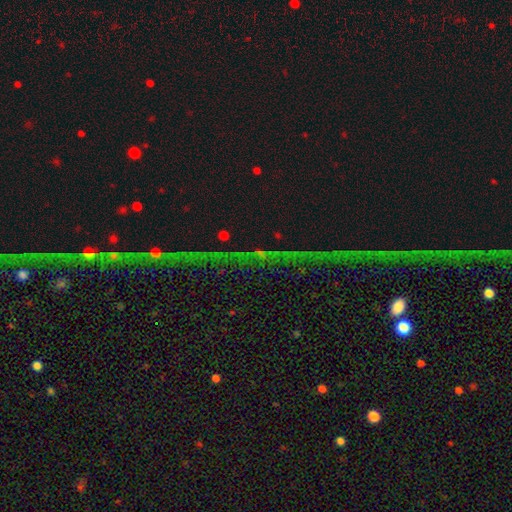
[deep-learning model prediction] Q: Smooth or featured?
A: star or artifact (86%); runner-up: featured or disk (8%)